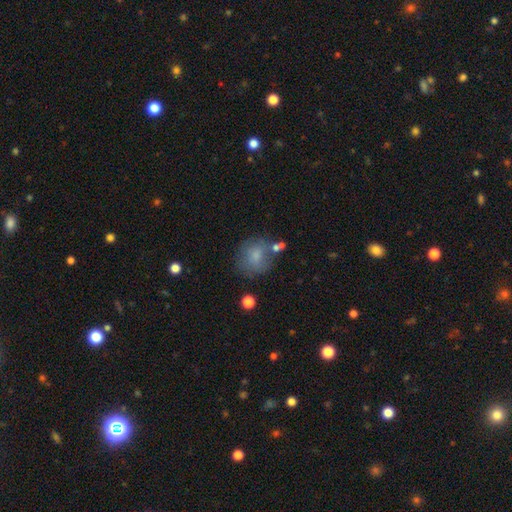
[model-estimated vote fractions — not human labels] A smooth galaxy with no disk features (71%) that is round (72%).

Vote fractions:
- Smooth or featured? smooth: 71% / featured or disk: 19% / star or artifact: 10%
- How rounded? round: 72% / in between: 27% / cigar-shaped: 1%
- Merging? none: 56% / minor disturbance: 22% / major disturbance: 12% / merger: 10%